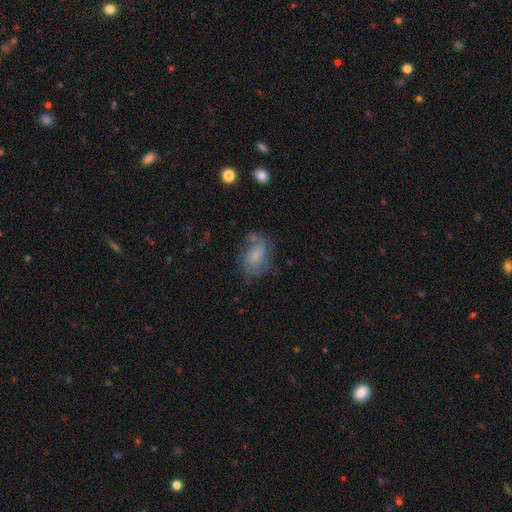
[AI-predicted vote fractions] Smooth or featured? featured or disk (51%)
Edge-on disk? no (96%)
Merging? none (50%)